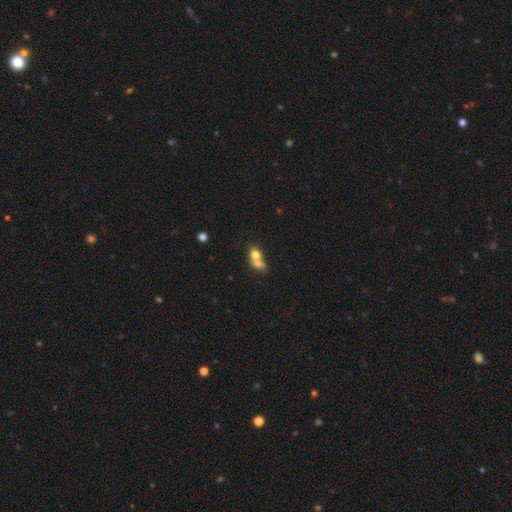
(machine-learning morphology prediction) smooth_or_featured: smooth (p=0.70) [alt: featured or disk p=0.21]
how_rounded: in between (p=0.55) [alt: round p=0.42]
merging: merger (p=0.72) [alt: none p=0.17]